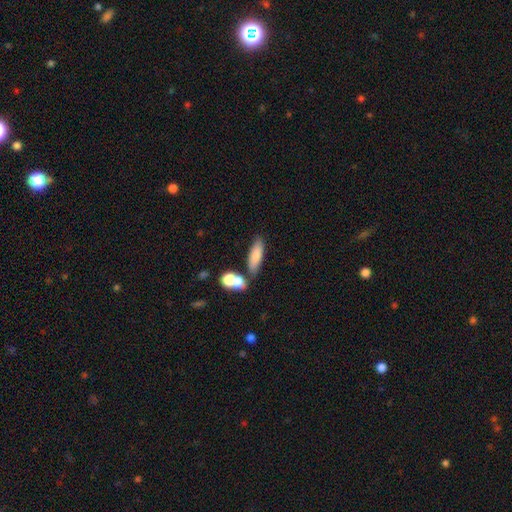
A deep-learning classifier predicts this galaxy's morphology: Smooth or featured?
  - smooth: 78% *
  - featured or disk: 14%
  - star or artifact: 8%
How rounded?
  - in between: 55% *
  - cigar-shaped: 40%
  - round: 4%
Merging?
  - none: 67% *
  - merger: 17%
  - minor disturbance: 12%
  - major disturbance: 4%